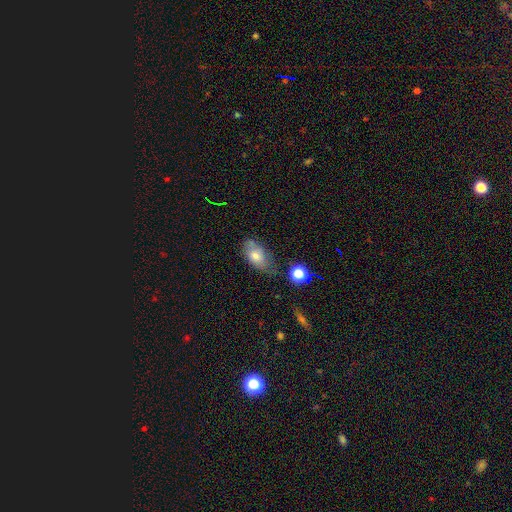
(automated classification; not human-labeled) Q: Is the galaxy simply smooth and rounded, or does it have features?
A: smooth — 69%.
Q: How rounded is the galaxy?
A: in between — 89%.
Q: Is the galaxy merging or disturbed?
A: none — 55%.